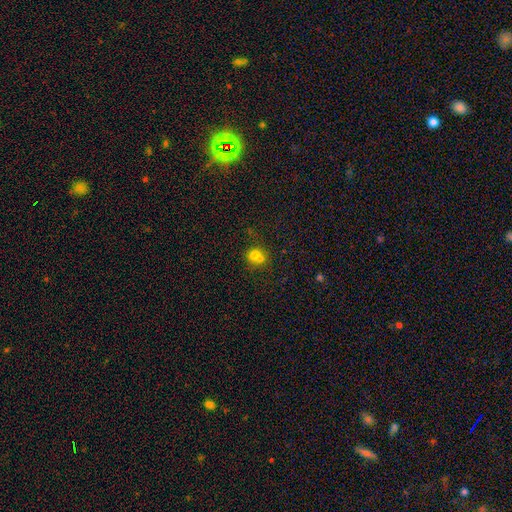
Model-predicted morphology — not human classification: smooth-or-featured: smooth: 70% | featured or disk: 16% | star or artifact: 14%
  how-rounded: round: 75% | in between: 24% | cigar-shaped: 1%
  merging: merger: 58% | none: 32% | minor disturbance: 7% | major disturbance: 3%